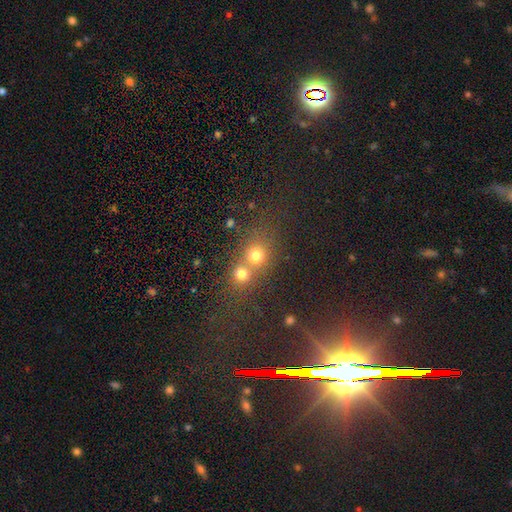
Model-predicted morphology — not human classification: Smooth or featured? smooth (69%)
How rounded? round (81%)
Merging? merger (51%)